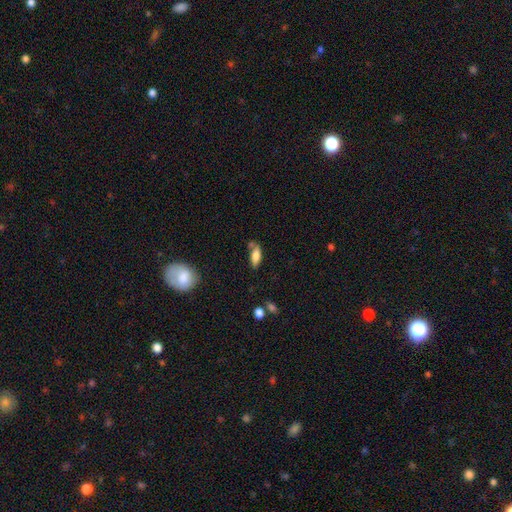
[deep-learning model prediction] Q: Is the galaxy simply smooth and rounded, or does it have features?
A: smooth — 76%.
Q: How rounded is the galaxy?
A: in between — 75%.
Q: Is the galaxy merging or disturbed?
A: none — 58%.